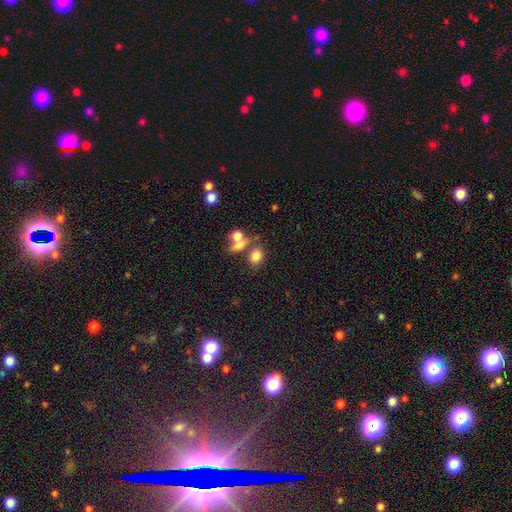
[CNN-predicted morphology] Smooth or featured?
  - smooth: 79% *
  - star or artifact: 12%
  - featured or disk: 9%
How rounded?
  - in between: 63% *
  - round: 35%
  - cigar-shaped: 2%
Merging?
  - none: 53% *
  - merger: 29%
  - minor disturbance: 11%
  - major disturbance: 6%